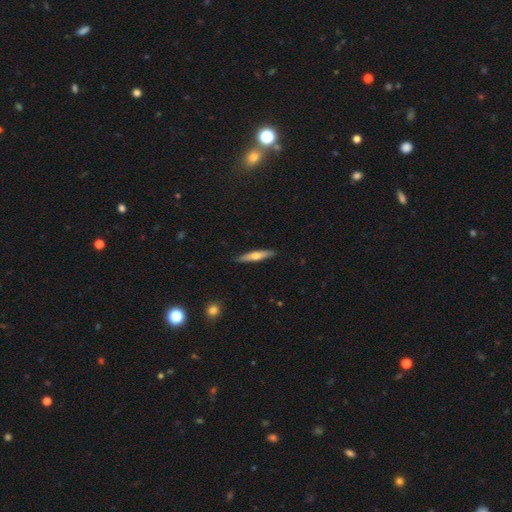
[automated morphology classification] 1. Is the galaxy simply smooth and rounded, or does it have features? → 54% smooth, 40% featured or disk, 6% star or artifact.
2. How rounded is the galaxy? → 88% cigar-shaped, 10% in between, 2% round.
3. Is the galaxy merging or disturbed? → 88% none, 9% minor disturbance, 2% major disturbance, 1% merger.